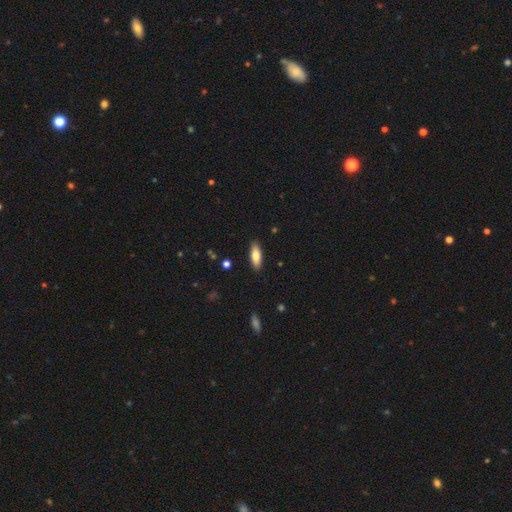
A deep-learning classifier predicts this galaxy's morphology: Smooth or featured: smooth — 79% (featured or disk — 14%)
How rounded: in between — 65% (cigar-shaped — 33%)
Merging: none — 88% (minor disturbance — 9%)